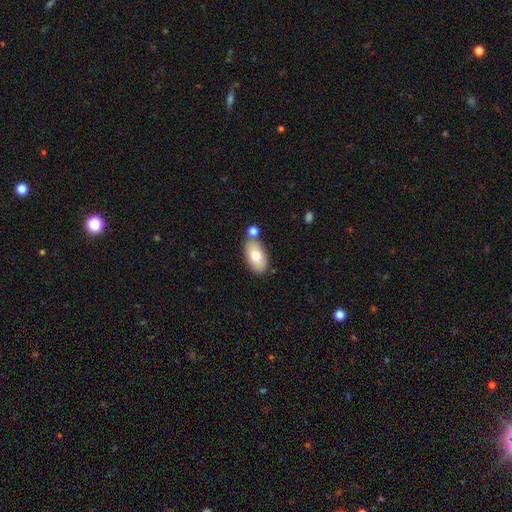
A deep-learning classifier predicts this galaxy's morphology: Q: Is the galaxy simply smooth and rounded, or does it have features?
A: smooth — 74%.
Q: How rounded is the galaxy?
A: in between — 93%.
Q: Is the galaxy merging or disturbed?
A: none — 70%.